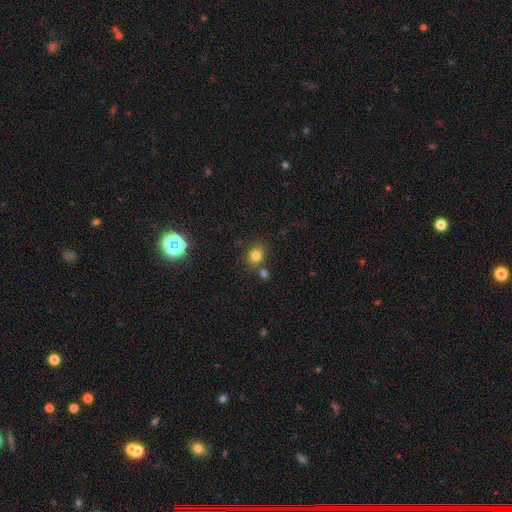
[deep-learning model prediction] Smooth or featured?
  - smooth: 80% *
  - star or artifact: 13%
  - featured or disk: 7%
How rounded?
  - round: 63% *
  - in between: 36%
  - cigar-shaped: 1%
Merging?
  - none: 70% *
  - merger: 14%
  - minor disturbance: 12%
  - major disturbance: 4%